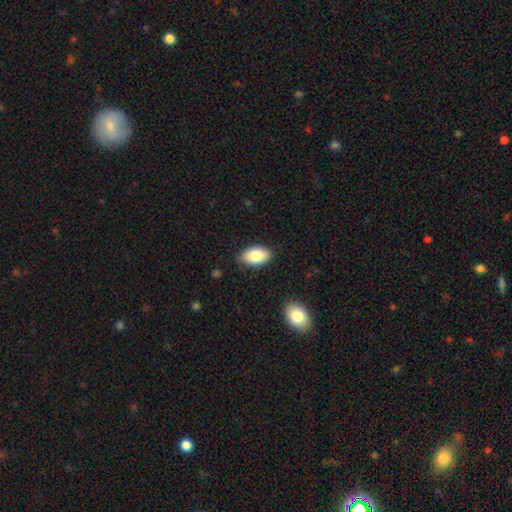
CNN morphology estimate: smooth 83%, featured or disk 10%, star or artifact 7%. Down the decision tree: how rounded — in between (94%); merging — none (84%).